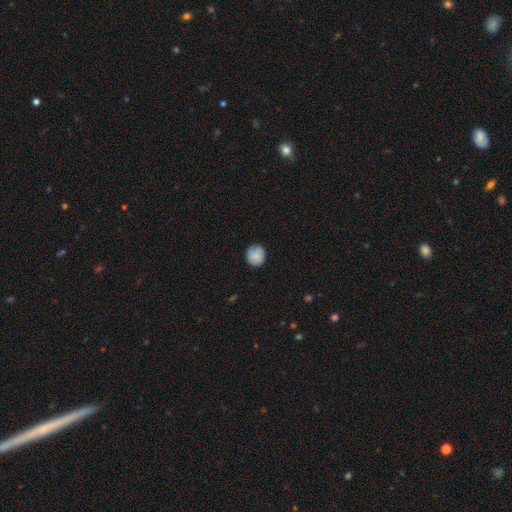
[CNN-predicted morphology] Smooth or featured?
  - smooth: 78% *
  - featured or disk: 15%
  - star or artifact: 7%
How rounded?
  - round: 87% *
  - in between: 12%
  - cigar-shaped: 1%
Merging?
  - none: 79% *
  - minor disturbance: 17%
  - major disturbance: 3%
  - merger: 1%